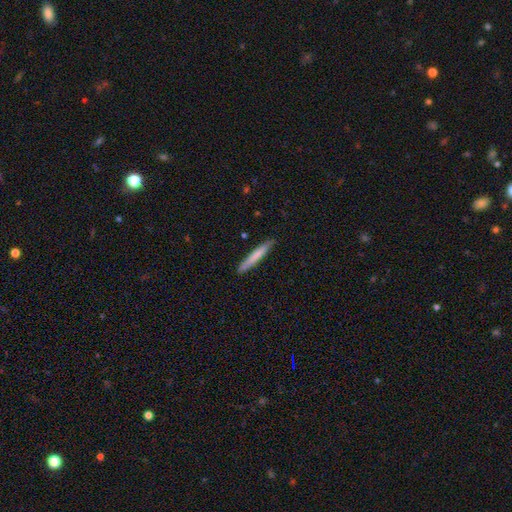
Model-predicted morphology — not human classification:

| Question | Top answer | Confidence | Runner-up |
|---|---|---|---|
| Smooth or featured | smooth | 72% | featured or disk (22%) |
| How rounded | cigar-shaped | 96% | in between (3%) |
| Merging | none | 89% | minor disturbance (9%) |